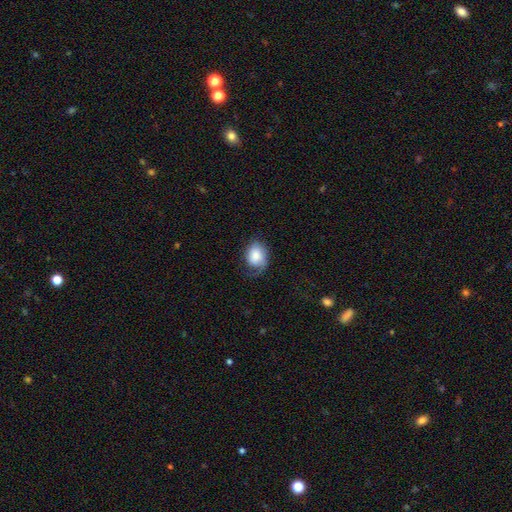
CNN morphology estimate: Q: Smooth or featured?
A: smooth (71%); runner-up: featured or disk (21%)
Q: How rounded?
A: in between (67%); runner-up: round (32%)
Q: Merging?
A: none (45%); runner-up: minor disturbance (31%)